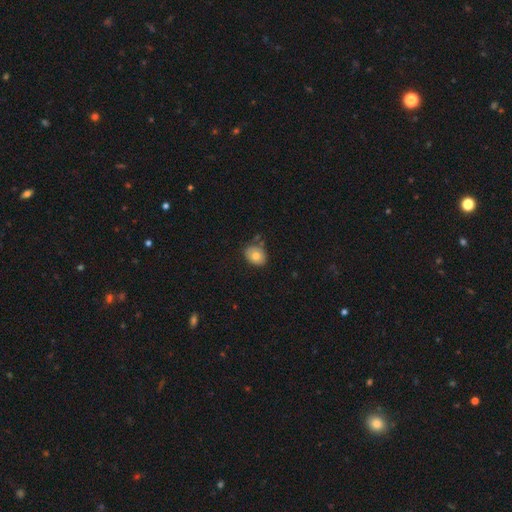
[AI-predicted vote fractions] This appears to be a smooth galaxy with no disk features (75%) that is in between round and cigar-shaped (51%). Merging: none (72%).